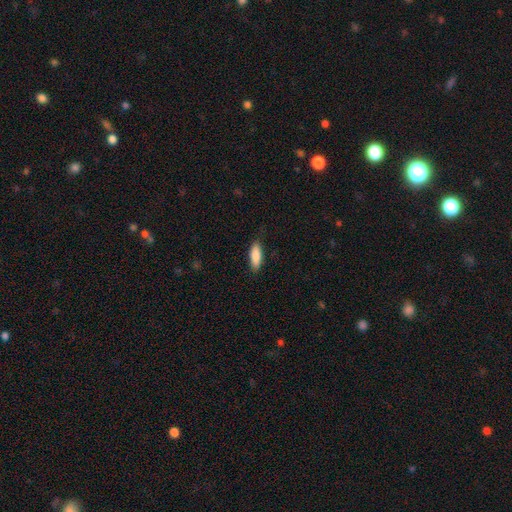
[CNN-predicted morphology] Smooth or featured: smooth — 87% (featured or disk — 8%)
How rounded: in between — 63% (cigar-shaped — 36%)
Merging: none — 84% (minor disturbance — 12%)